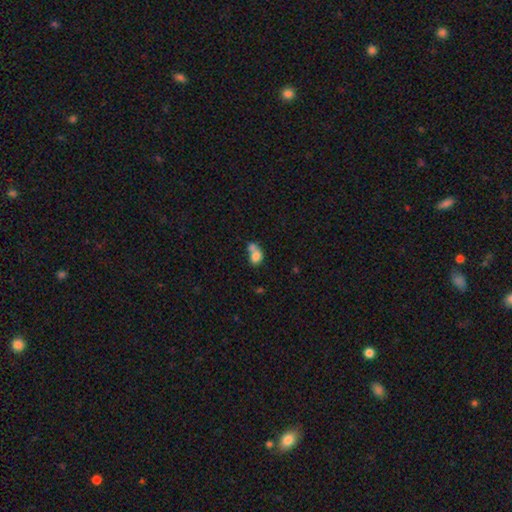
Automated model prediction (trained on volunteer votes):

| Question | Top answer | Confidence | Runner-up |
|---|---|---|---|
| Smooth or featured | smooth | 76% | featured or disk (15%) |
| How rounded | in between | 56% | round (43%) |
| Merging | merger | 63% | none (23%) |